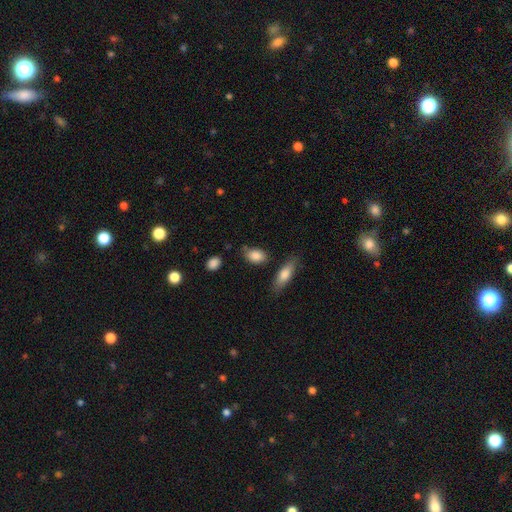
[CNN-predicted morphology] A smooth galaxy with no disk features (86%) that is in between round and cigar-shaped (80%). Merging: none (66%).